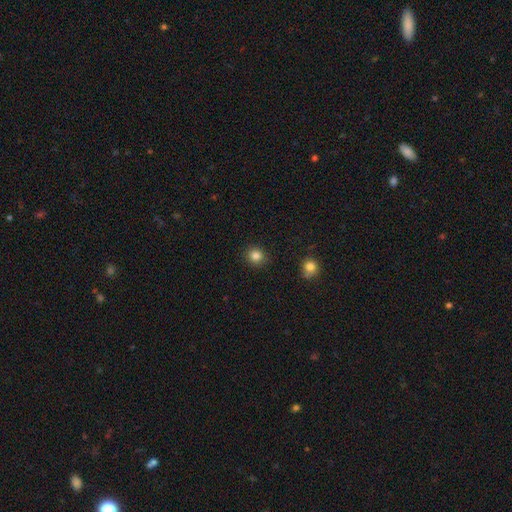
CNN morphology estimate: Overall: smooth (84%). How rounded: round (87%). Merging: none (90%).